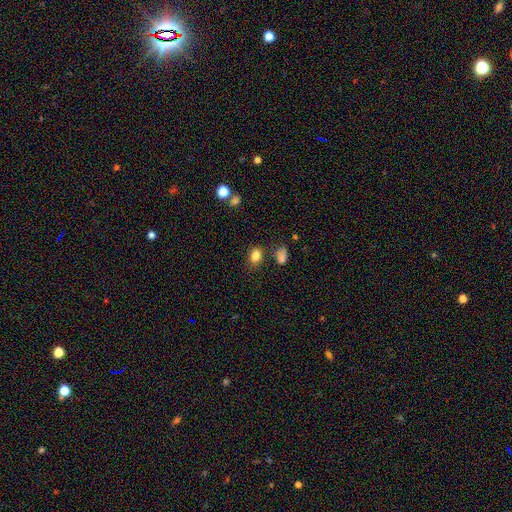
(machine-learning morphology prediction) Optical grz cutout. It shows a smooth galaxy with no disk features (83%) that is in between round and cigar-shaped (65%). Merging: none (76%).